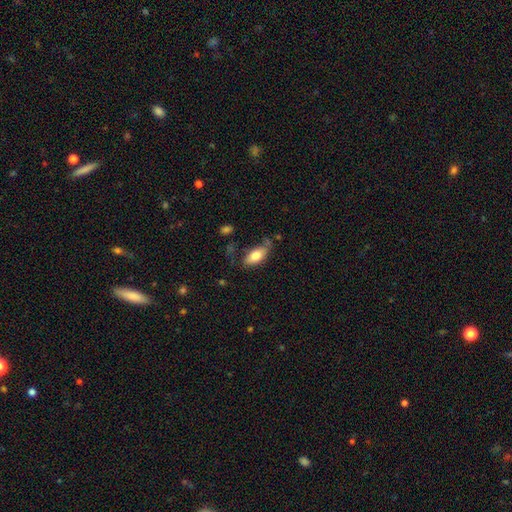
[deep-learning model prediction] Q: Smooth or featured?
A: smooth (76%); runner-up: featured or disk (18%)
Q: How rounded?
A: in between (87%); runner-up: cigar-shaped (10%)
Q: Merging?
A: none (57%); runner-up: minor disturbance (28%)